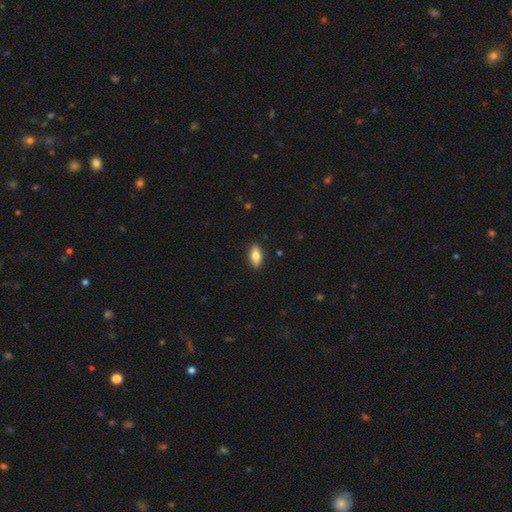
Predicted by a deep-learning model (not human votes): This appears to be a smooth galaxy with no disk features (72%) that is in between round and cigar-shaped (80%). Merging: none (89%).